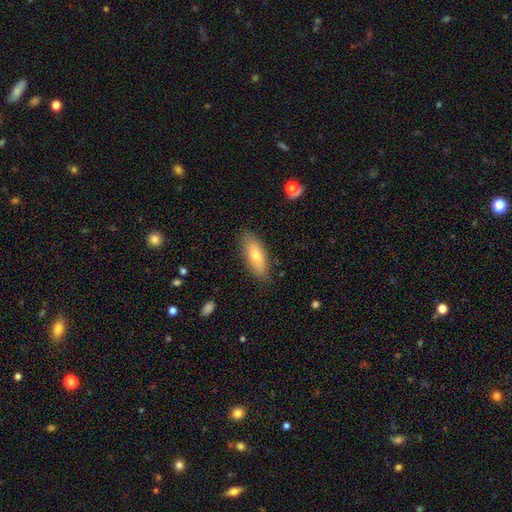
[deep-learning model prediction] Smooth or featured: smooth — 69% (featured or disk — 24%)
How rounded: in between — 69% (cigar-shaped — 28%)
Merging: none — 83% (minor disturbance — 13%)